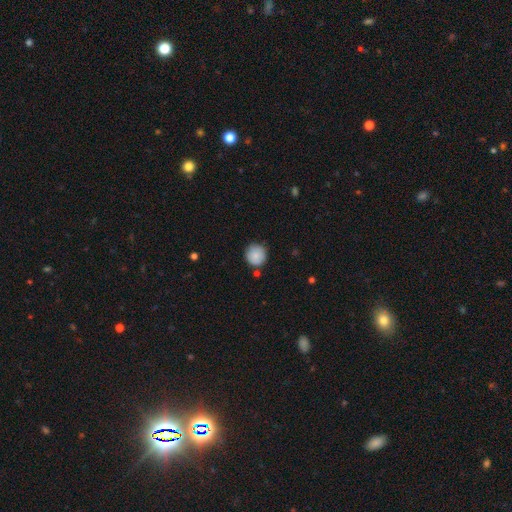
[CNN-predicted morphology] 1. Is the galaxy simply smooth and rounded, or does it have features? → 86% smooth, 7% star or artifact, 7% featured or disk.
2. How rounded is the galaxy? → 93% round, 6% in between, 1% cigar-shaped.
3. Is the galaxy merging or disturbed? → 80% none, 13% minor disturbance, 4% merger, 3% major disturbance.